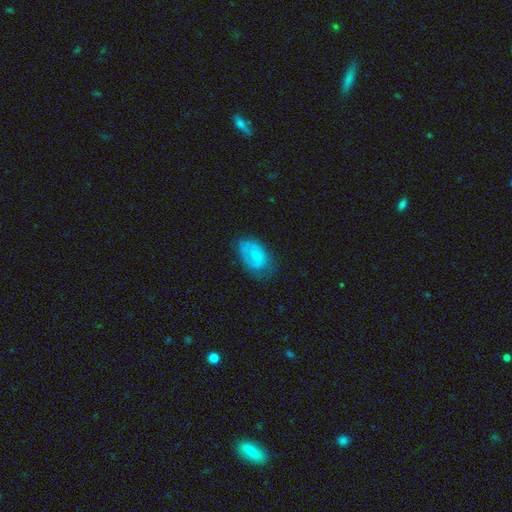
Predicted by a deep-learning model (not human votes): Smooth or featured: smooth — 60% (featured or disk — 32%)
How rounded: in between — 89% (round — 10%)
Merging: none — 53% (minor disturbance — 29%)